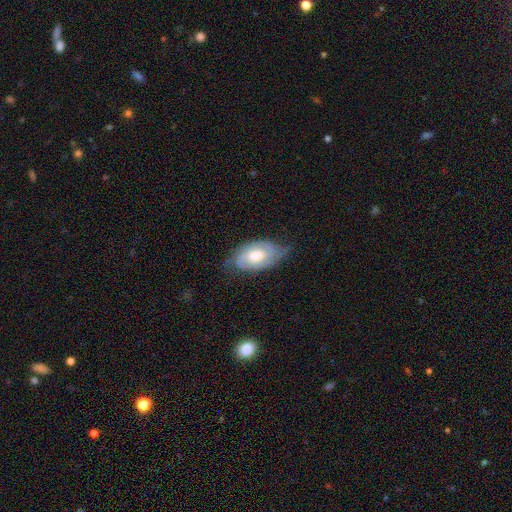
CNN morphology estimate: Overall: featured or disk (72%). Edge-on disk: no (94%). Bar: no (63%; weak 31%). Spiral arms: yes (91%). Spiral arm count: 2 (59%; can't tell 23%). Spiral winding: tight (51%; medium 37%). Bulge size: moderate (69%). Merging: none (63%; minor disturbance 28%).